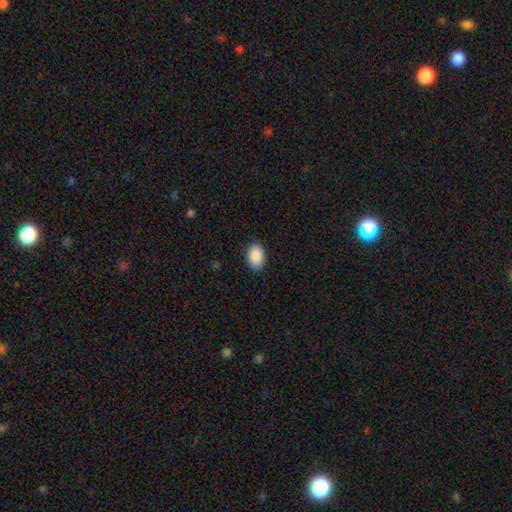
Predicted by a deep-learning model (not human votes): Q: Smooth or featured?
A: smooth (90%); runner-up: star or artifact (7%)
Q: How rounded?
A: in between (90%); runner-up: round (8%)
Q: Merging?
A: none (88%); runner-up: minor disturbance (9%)